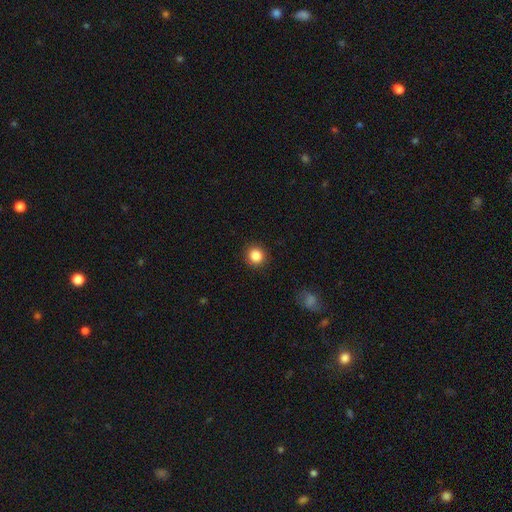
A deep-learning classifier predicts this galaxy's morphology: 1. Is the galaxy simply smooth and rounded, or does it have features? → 86% smooth, 10% star or artifact, 4% featured or disk.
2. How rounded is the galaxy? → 92% round, 7% in between, 1% cigar-shaped.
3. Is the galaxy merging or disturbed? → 91% none, 6% minor disturbance, 2% major disturbance, 1% merger.